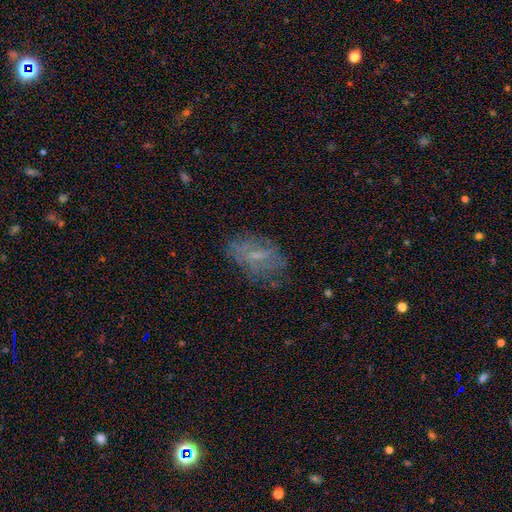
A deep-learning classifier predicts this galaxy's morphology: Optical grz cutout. It shows a featured or disk galaxy (47%). Merging: none (60%).